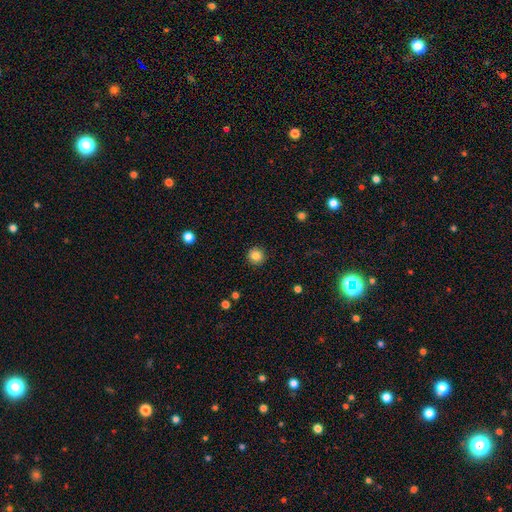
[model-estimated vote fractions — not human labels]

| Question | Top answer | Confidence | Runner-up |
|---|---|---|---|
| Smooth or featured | smooth | 84% | star or artifact (10%) |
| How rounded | round | 94% | in between (5%) |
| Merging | none | 92% | minor disturbance (5%) |